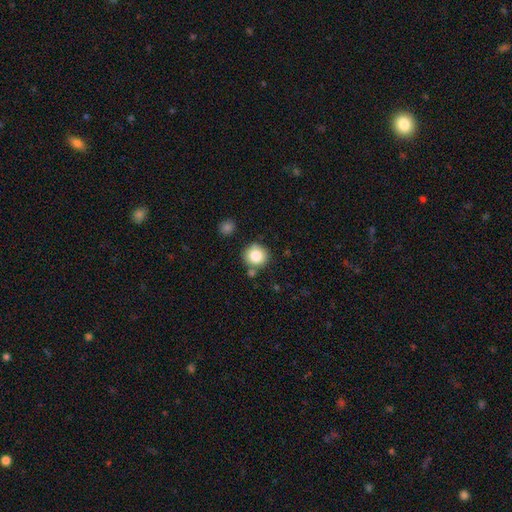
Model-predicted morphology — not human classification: smooth_or_featured: smooth (p=0.83) [alt: star or artifact p=0.10]
how_rounded: round (p=0.90) [alt: in between p=0.09]
merging: none (p=0.77) [alt: minor disturbance p=0.12]